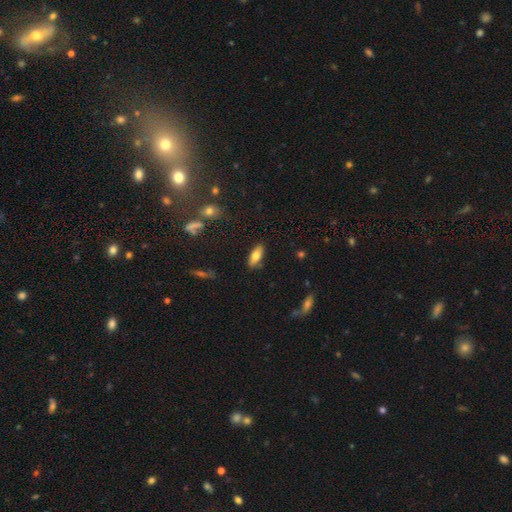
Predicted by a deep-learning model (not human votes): A smooth galaxy with no disk features (74%) that is in between round and cigar-shaped (77%).

Vote fractions:
- Smooth or featured? smooth: 74% / featured or disk: 18% / star or artifact: 7%
- How rounded? in between: 77% / cigar-shaped: 21% / round: 2%
- Merging? none: 85% / minor disturbance: 11% / major disturbance: 2% / merger: 2%